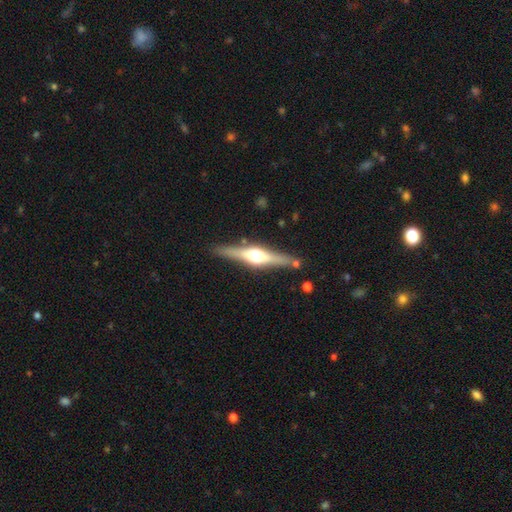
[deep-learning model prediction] This appears to be a featured or disk galaxy (75%) viewed edge-on (97%) with a rounded central bulge (94%). Merging: none (85%).